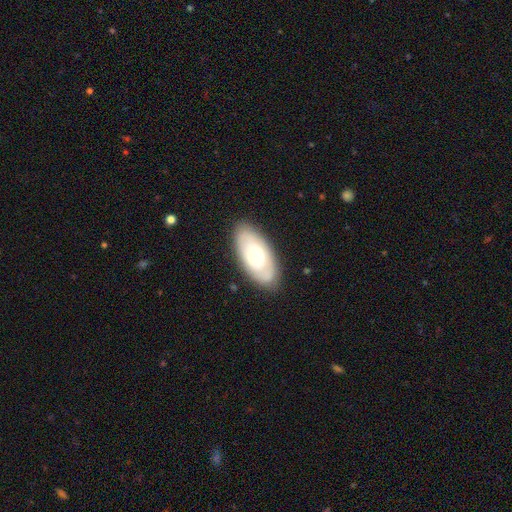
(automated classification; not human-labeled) Smooth or featured: smooth — 52% (featured or disk — 42%)
How rounded: in between — 92% (cigar-shaped — 6%)
Merging: none — 84% (minor disturbance — 12%)